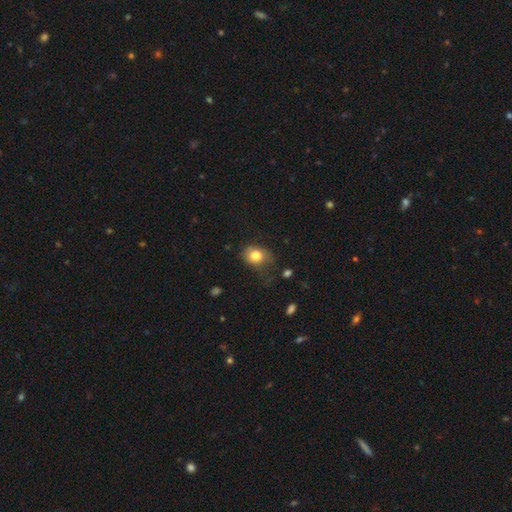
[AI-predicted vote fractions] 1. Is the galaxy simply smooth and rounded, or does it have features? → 81% smooth, 10% star or artifact, 9% featured or disk.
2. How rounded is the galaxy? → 51% round, 48% in between, 1% cigar-shaped.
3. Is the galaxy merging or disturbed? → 55% none, 29% minor disturbance, 14% major disturbance, 2% merger.